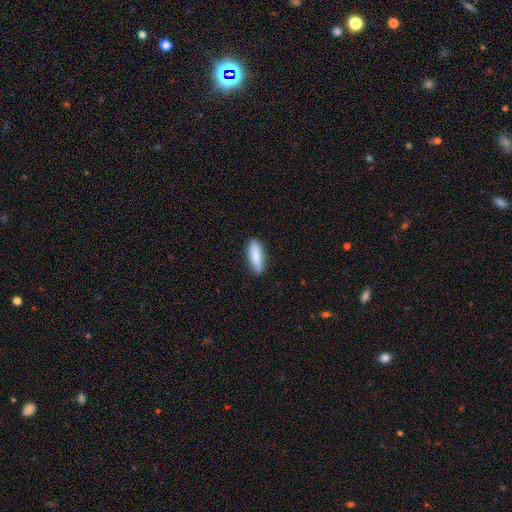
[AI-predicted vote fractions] Smooth or featured?
  - smooth: 86% *
  - featured or disk: 9%
  - star or artifact: 6%
How rounded?
  - in between: 51% *
  - cigar-shaped: 47%
  - round: 2%
Merging?
  - none: 87% *
  - minor disturbance: 10%
  - major disturbance: 2%
  - merger: 1%